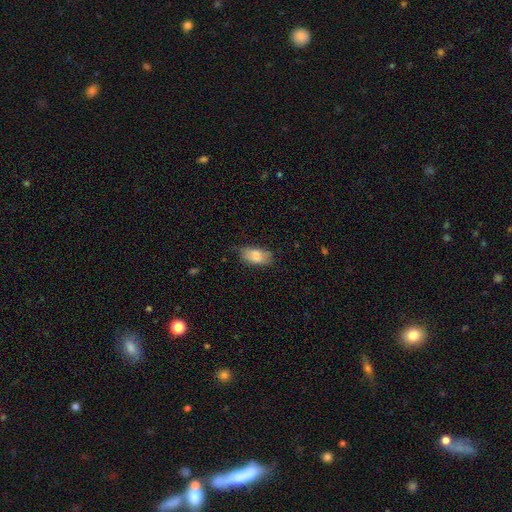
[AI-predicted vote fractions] This is likely a smooth galaxy (79%). How rounded: clearly in between (91%). Merging: likely none (64%).